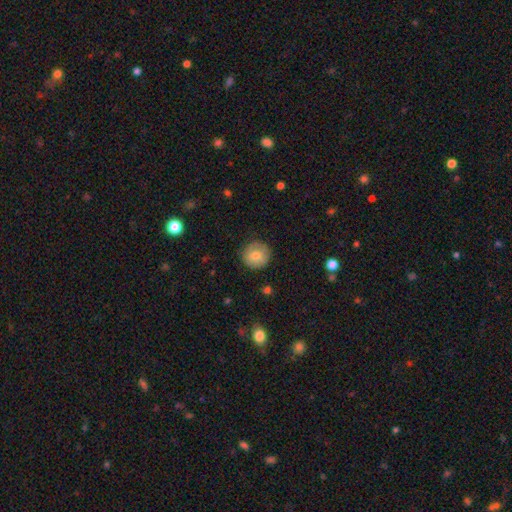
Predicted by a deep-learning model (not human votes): smooth 79%, featured or disk 14%, star or artifact 8%. Down the decision tree: how rounded — round (94%); merging — none (86%).